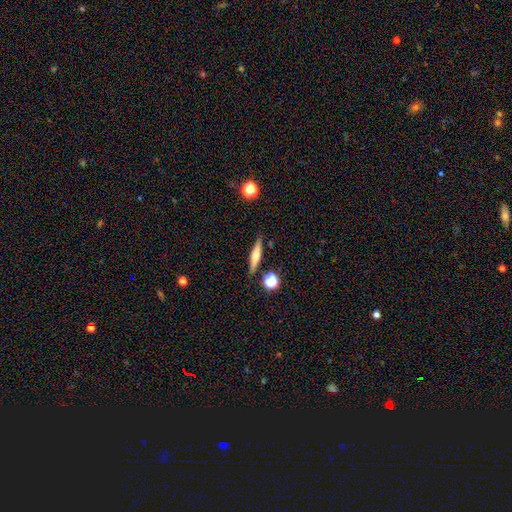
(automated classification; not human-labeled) Smooth or featured? featured or disk (47%)
Merging? none (86%)